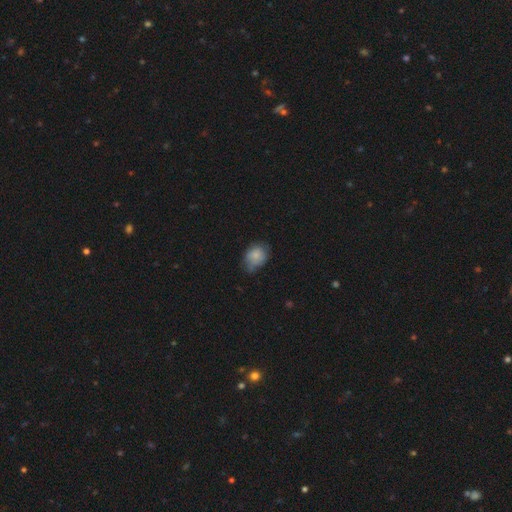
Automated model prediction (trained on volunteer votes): This is likely a smooth galaxy (79%). How rounded: likely in between (61%). Merging: possibly none (50%).